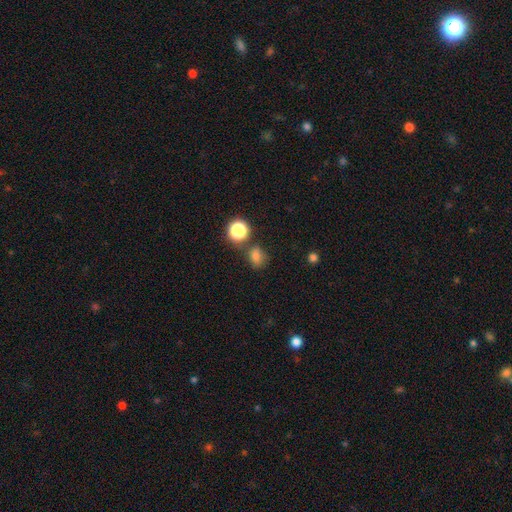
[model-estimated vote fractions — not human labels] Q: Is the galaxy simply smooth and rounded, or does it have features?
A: smooth — 74%.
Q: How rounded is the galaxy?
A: round — 51%.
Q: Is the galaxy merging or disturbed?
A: none — 64%.